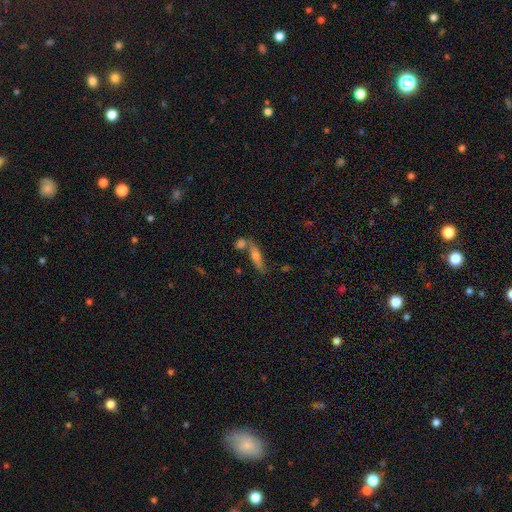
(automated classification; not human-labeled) Smooth or featured?
  - smooth: 55% *
  - featured or disk: 35%
  - star or artifact: 10%
How rounded?
  - cigar-shaped: 68% *
  - in between: 29%
  - round: 4%
Merging?
  - none: 59% *
  - merger: 23%
  - minor disturbance: 13%
  - major disturbance: 5%